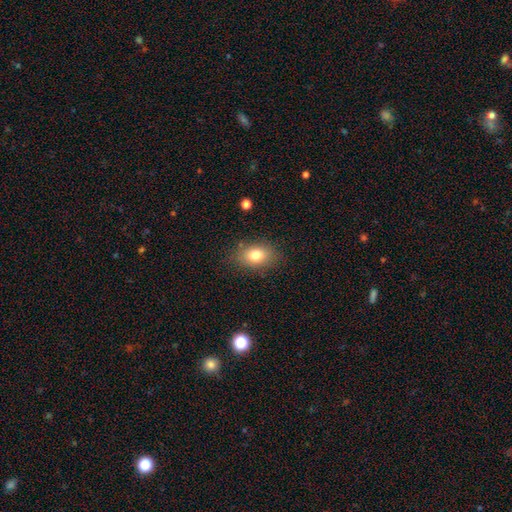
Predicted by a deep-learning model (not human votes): smooth_or_featured: smooth (p=0.78) [alt: featured or disk p=0.11]
how_rounded: in between (p=0.72) [alt: round p=0.26]
merging: none (p=0.83) [alt: minor disturbance p=0.12]